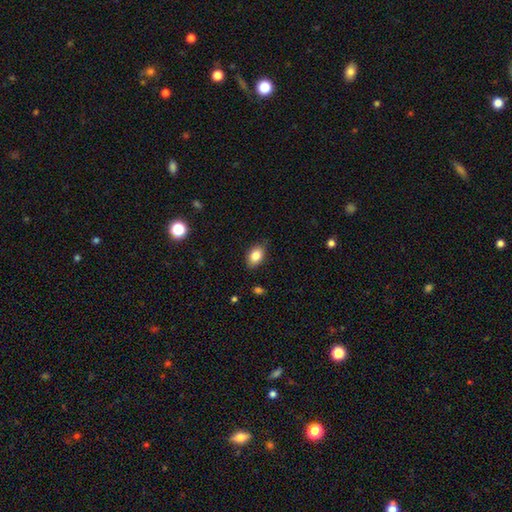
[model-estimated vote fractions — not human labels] Overall: smooth (85%). How rounded: in between (86%). Merging: none (84%).